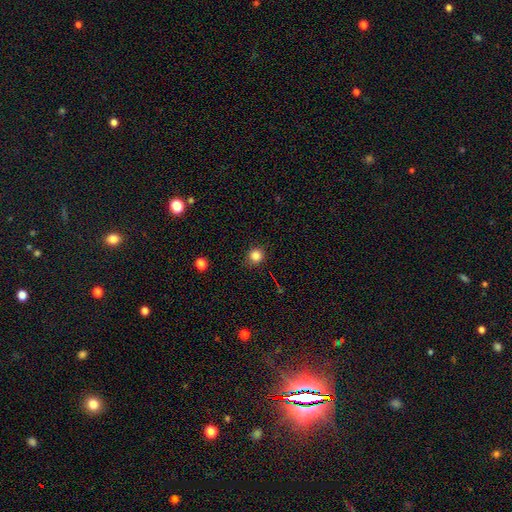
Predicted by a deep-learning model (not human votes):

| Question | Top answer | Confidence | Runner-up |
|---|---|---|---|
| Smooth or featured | smooth | 85% | star or artifact (12%) |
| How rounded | round | 92% | in between (7%) |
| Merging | none | 86% | minor disturbance (10%) |